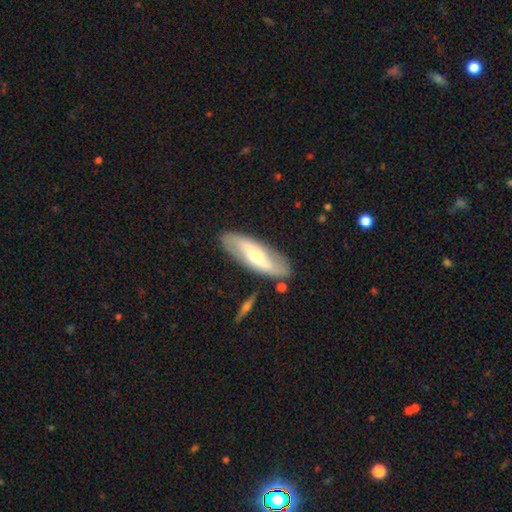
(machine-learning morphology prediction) Smooth or featured? featured or disk (60%)
Edge-on disk? no (79%)
Merging? none (82%)